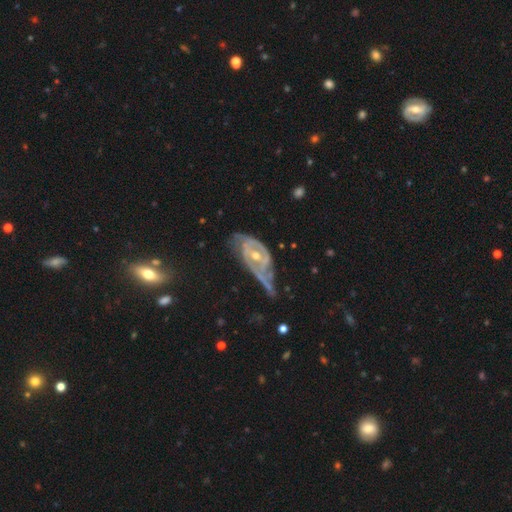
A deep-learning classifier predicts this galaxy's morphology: Smooth or featured? featured or disk (84%)
Edge-on disk? no (93%)
Bar? no (52%)
Spiral arms? yes (84%)
Spiral winding? tight (53%)
Spiral arm count? 2 (47%)
Bulge size? moderate (50%)
Merging? none (33%)